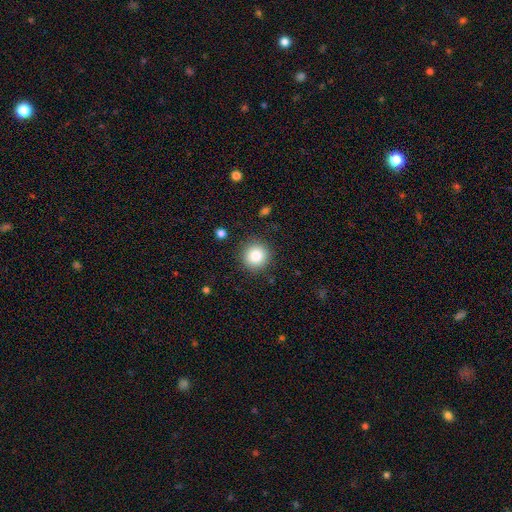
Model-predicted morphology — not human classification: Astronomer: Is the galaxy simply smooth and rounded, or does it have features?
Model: smooth — 84%.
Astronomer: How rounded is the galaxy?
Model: round — 92%.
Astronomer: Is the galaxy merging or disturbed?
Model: none — 89%.